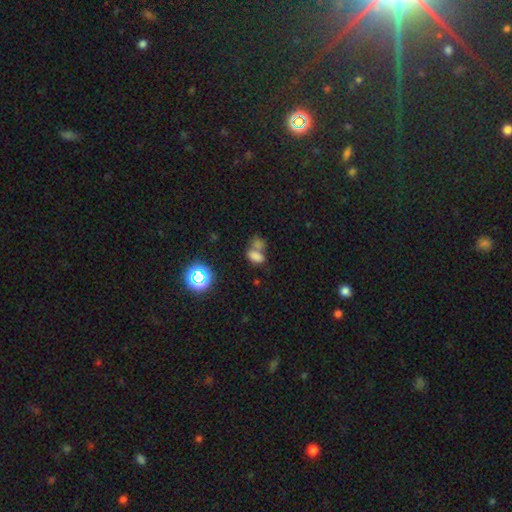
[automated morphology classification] Overall: smooth (71%). How rounded: in between (84%). Merging: merger (56%; none 28%).